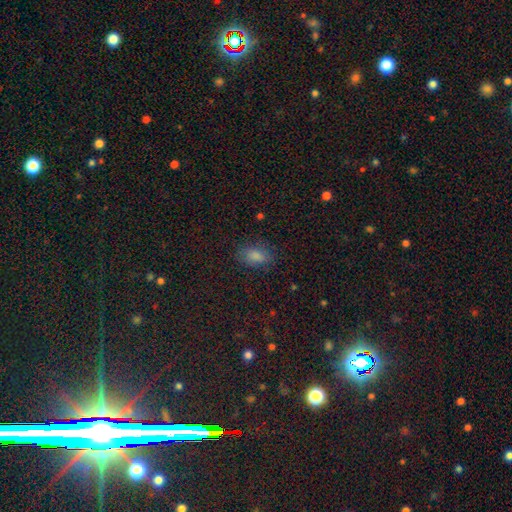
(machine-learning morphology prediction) Smooth or featured?
  - smooth: 81% *
  - star or artifact: 13%
  - featured or disk: 6%
How rounded?
  - in between: 87% *
  - round: 10%
  - cigar-shaped: 3%
Merging?
  - none: 79% *
  - minor disturbance: 15%
  - major disturbance: 5%
  - merger: 1%